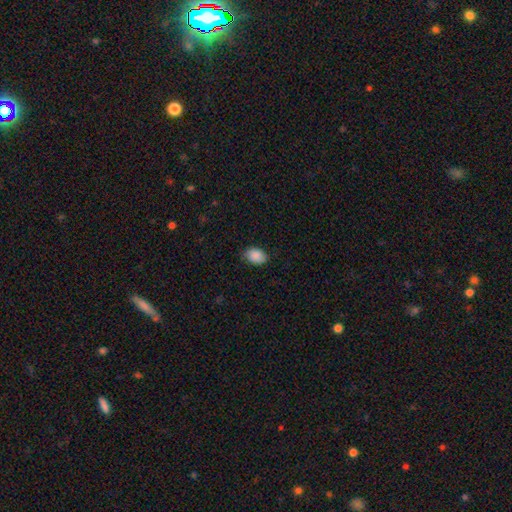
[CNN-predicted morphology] Overall: smooth (89%). How rounded: in between (79%). Merging: none (79%).